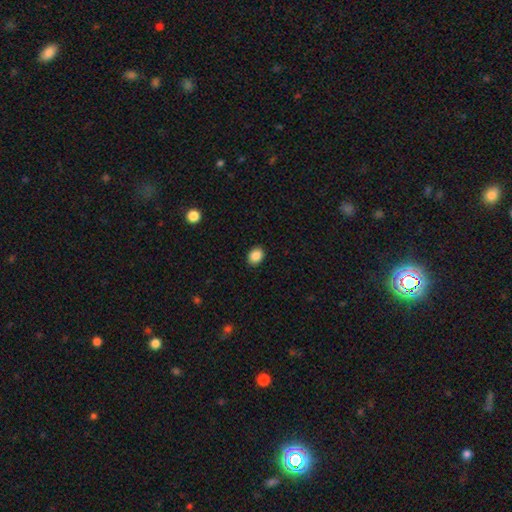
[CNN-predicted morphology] smooth 88%, star or artifact 9%, featured or disk 4%. Down the decision tree: how rounded — in between (56%); merging — none (90%).